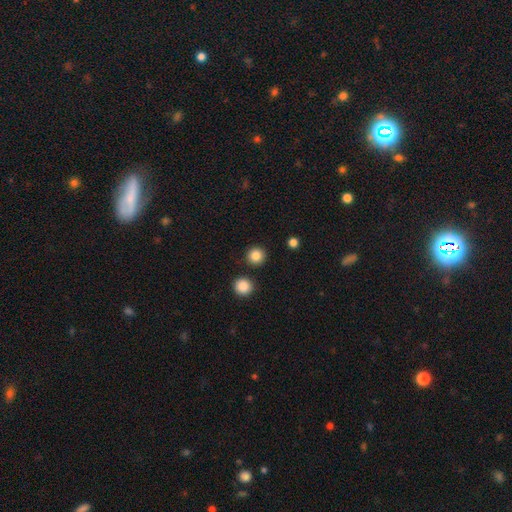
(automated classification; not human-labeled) smooth-or-featured: smooth: 86% | star or artifact: 10% | featured or disk: 4%
  how-rounded: round: 95% | in between: 5% | cigar-shaped: 1%
  merging: none: 90% | minor disturbance: 5% | merger: 3% | major disturbance: 2%